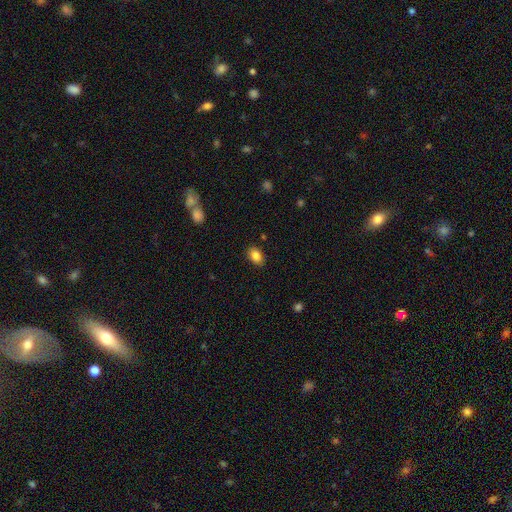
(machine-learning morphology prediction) This is clearly a smooth galaxy (85%). How rounded: clearly in between (83%). Merging: clearly none (87%).